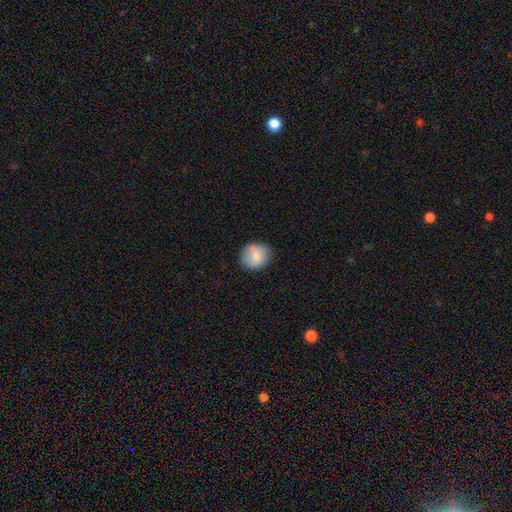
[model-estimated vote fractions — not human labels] Morphology: type=smooth (79%); roundness=round (80%); merging=none (76%).